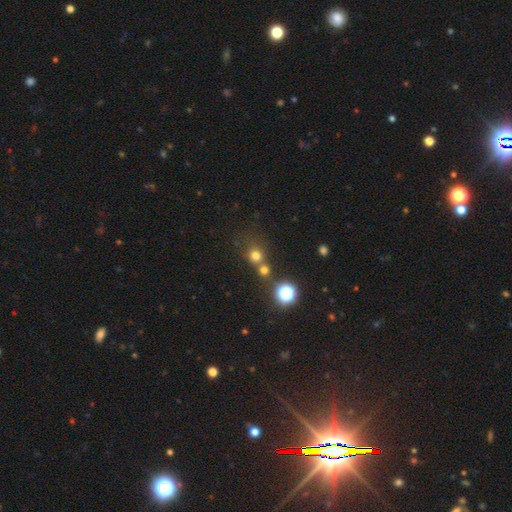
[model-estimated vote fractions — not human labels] This appears to be a smooth galaxy with no disk features (70%) that is round (87%). Merging: none (57%).